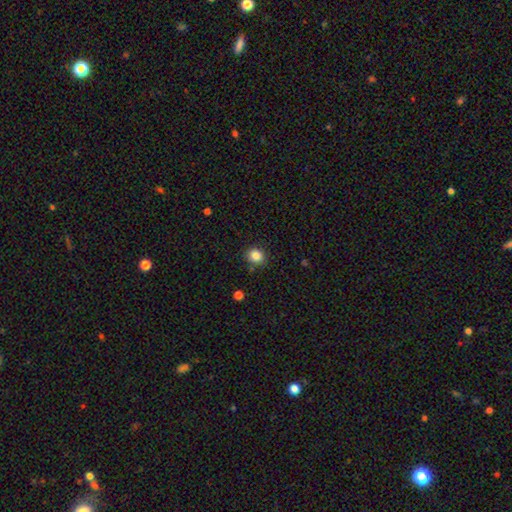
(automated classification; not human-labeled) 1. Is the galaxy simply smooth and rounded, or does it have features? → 85% smooth, 11% star or artifact, 5% featured or disk.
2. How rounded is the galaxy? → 73% round, 26% in between, 1% cigar-shaped.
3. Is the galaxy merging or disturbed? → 86% none, 9% minor disturbance, 3% merger, 2% major disturbance.